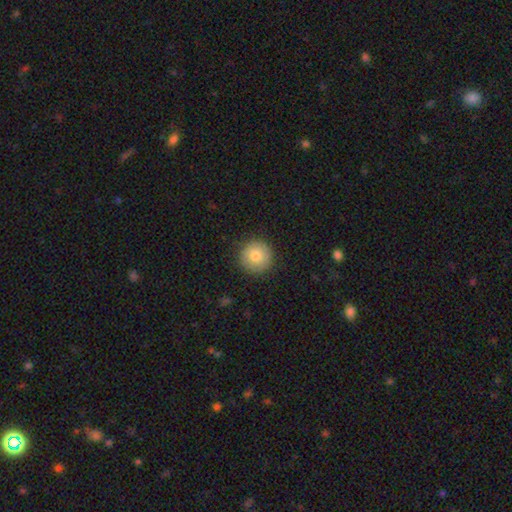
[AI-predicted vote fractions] Morphology: type=smooth (81%); roundness=round (96%); merging=none (89%).